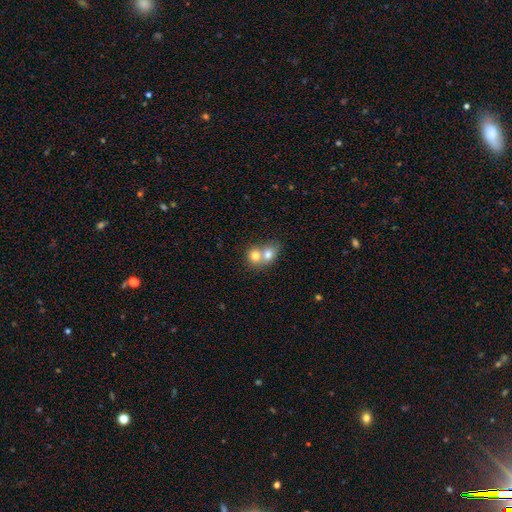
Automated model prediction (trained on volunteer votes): smooth 74%, featured or disk 17%, star or artifact 9%. Down the decision tree: how rounded — round (67%); merging — merger (73%).